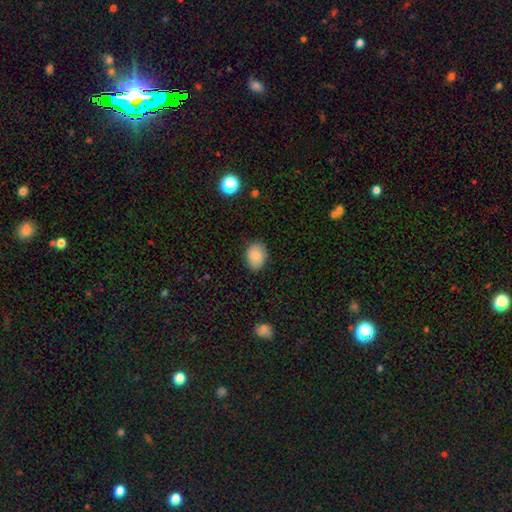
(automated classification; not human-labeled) Smooth or featured? smooth (86%)
How rounded? in between (68%)
Merging? none (82%)